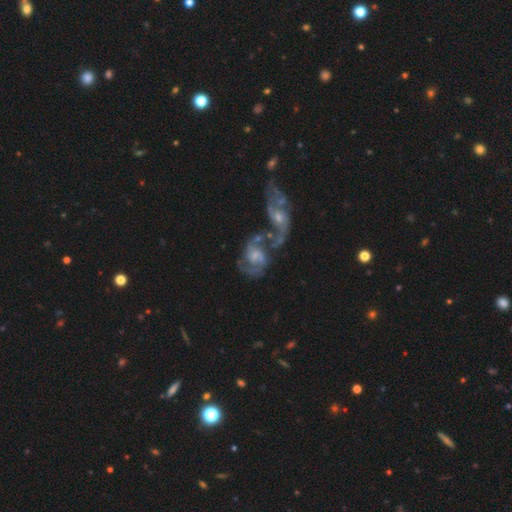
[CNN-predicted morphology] The model was most divided on "bulge size": small: 33%, moderate: 30%, none: 28%, large: 8%, dominant: 2%. Remaining: edge-on disk — no (97%); spiral arms — yes (88%); smooth or featured — featured or disk (81%); spiral arm count — 2 (77%); merging — merger (52%); bar — no (50%); spiral winding — medium (46%).